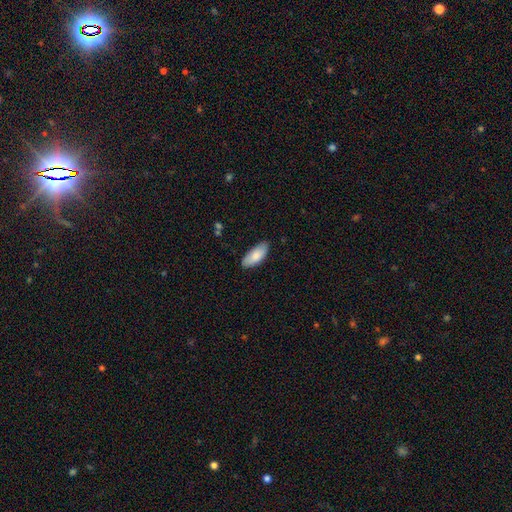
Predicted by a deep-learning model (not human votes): smooth_or_featured: smooth (p=0.83) [alt: featured or disk p=0.11]
how_rounded: in between (p=0.87) [alt: cigar-shaped p=0.11]
merging: none (p=0.82) [alt: minor disturbance p=0.15]